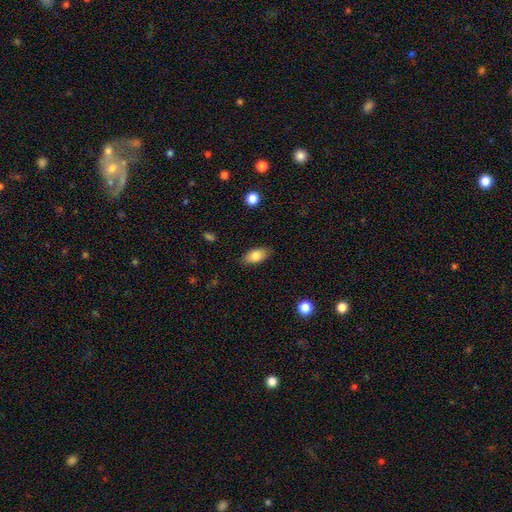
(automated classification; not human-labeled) This is clearly a smooth galaxy (80%). How rounded: clearly in between (89%). Merging: clearly none (86%).